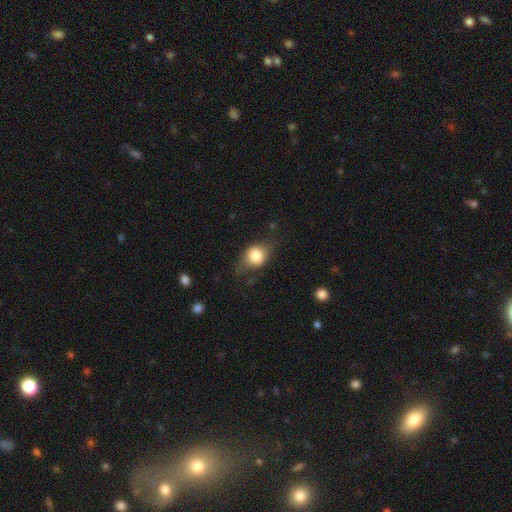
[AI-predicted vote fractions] smooth_or_featured: smooth (p=0.74) [alt: featured or disk p=0.18]
how_rounded: in between (p=0.56) [alt: round p=0.42]
merging: none (p=0.61) [alt: minor disturbance p=0.26]